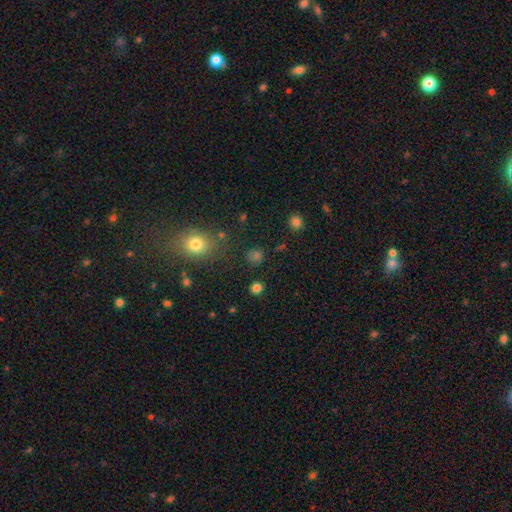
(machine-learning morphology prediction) Smooth or featured? smooth (67%)
How rounded? round (81%)
Merging? none (82%)